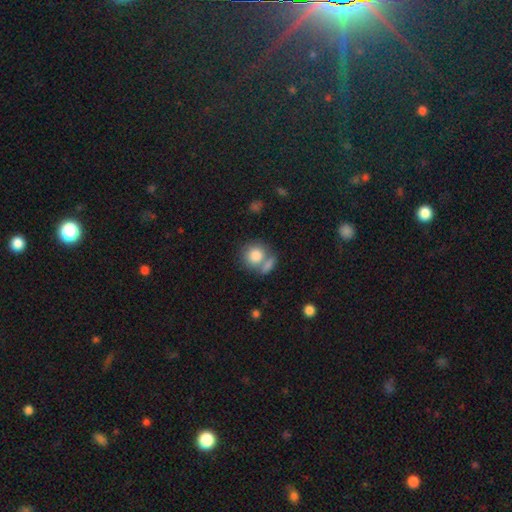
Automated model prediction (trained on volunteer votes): smooth-or-featured: smooth: 83% | featured or disk: 10% | star or artifact: 8%
  how-rounded: round: 82% | in between: 17% | cigar-shaped: 1%
  merging: none: 47% | merger: 38% | minor disturbance: 10% | major disturbance: 5%